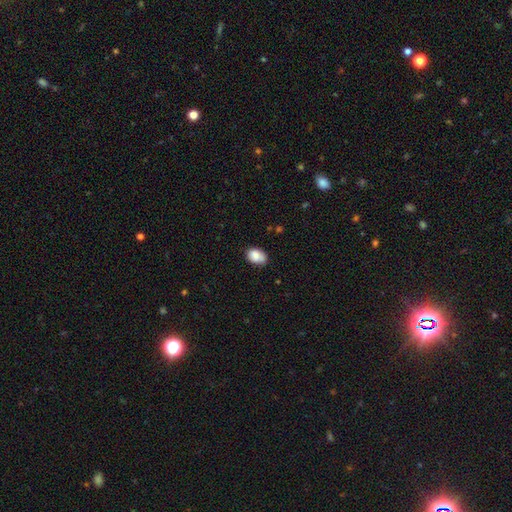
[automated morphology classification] smooth_or_featured: smooth (p=0.86) [alt: star or artifact p=0.08]
how_rounded: in between (p=0.82) [alt: round p=0.17]
merging: none (p=0.71) [alt: minor disturbance p=0.23]